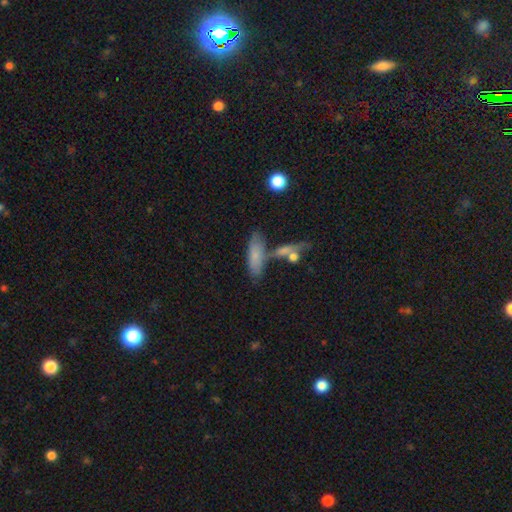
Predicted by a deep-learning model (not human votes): smooth-or-featured: smooth: 70% | featured or disk: 22% | star or artifact: 8%
  how-rounded: in between: 54% | cigar-shaped: 42% | round: 4%
  merging: none: 51% | merger: 25% | minor disturbance: 17% | major disturbance: 7%